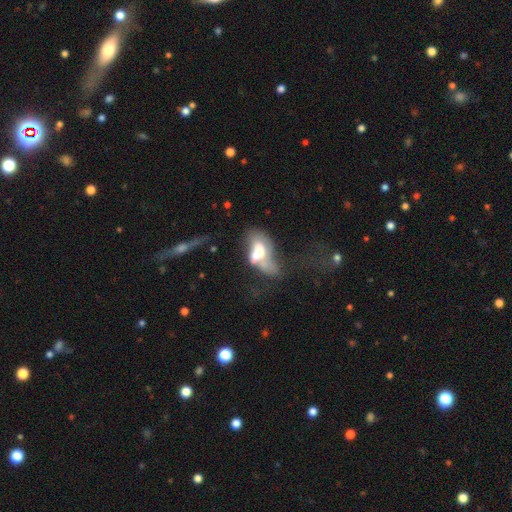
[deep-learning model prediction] Smooth or featured? smooth (45%, tied with featured or disk)
Merging? merger (49%)